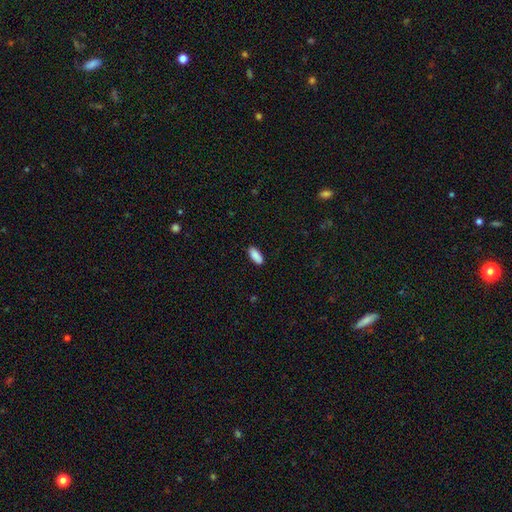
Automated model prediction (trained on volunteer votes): smooth_or_featured: smooth (p=0.90) [alt: star or artifact p=0.06]
how_rounded: in between (p=0.82) [alt: cigar-shaped p=0.16]
merging: none (p=0.88) [alt: minor disturbance p=0.09]